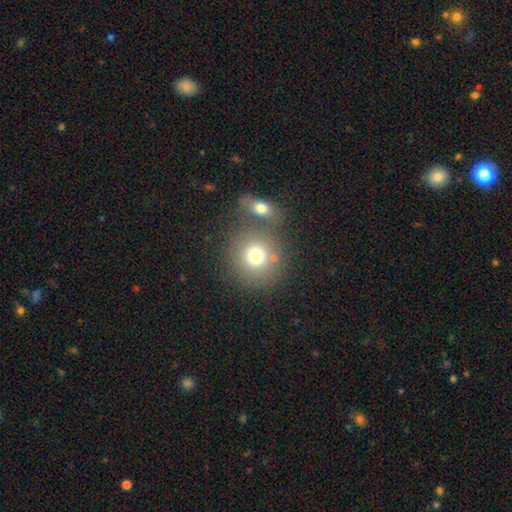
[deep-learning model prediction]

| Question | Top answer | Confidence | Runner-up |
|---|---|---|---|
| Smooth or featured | smooth | 74% | featured or disk (14%) |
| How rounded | round | 89% | in between (10%) |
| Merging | none | 61% | merger (26%) |